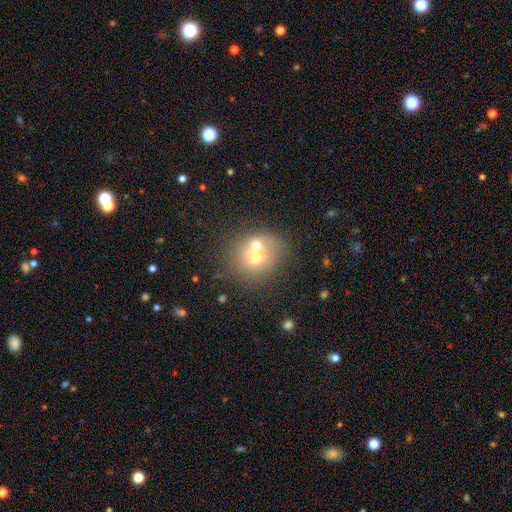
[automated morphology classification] type=smooth (58%); roundness=round (78%); merging=merger (49%).